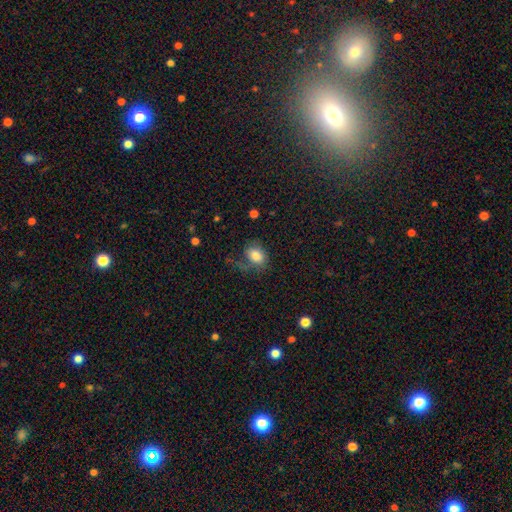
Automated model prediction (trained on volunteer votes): The model was most divided on "merging": none: 45%, major disturbance: 27%, minor disturbance: 24%, merger: 3%. More confident: smooth or featured — smooth (77%); how rounded — in between (70%).